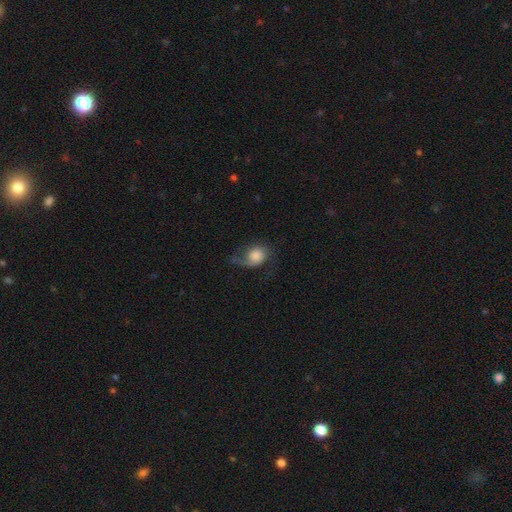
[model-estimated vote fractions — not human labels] Morphology: type=smooth (55%); roundness=round (54%); merging=none (37%).